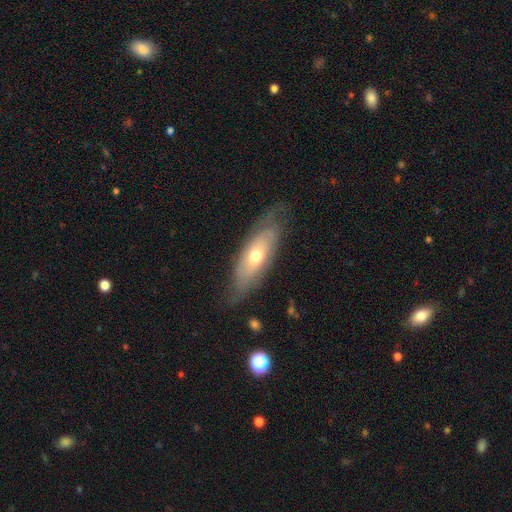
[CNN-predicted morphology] featured or disk 52%, smooth 41%, star or artifact 6%. Down the decision tree: edge-on disk — no (69%); merging — none (70%).